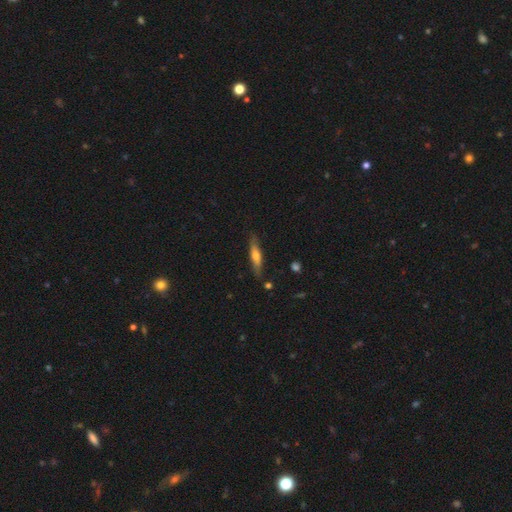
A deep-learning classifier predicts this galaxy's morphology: Smooth or featured? smooth (48%)
Merging? none (82%)